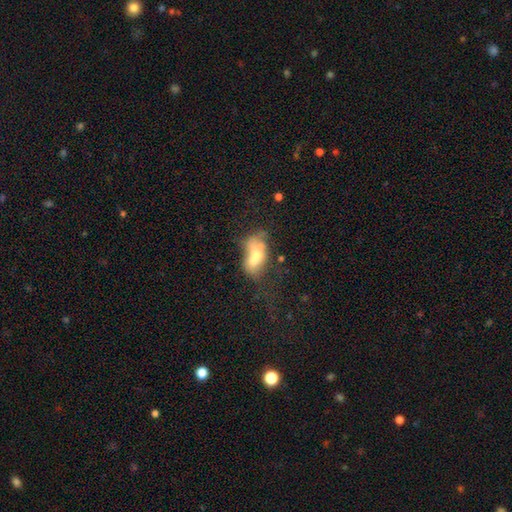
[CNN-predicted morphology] The model was most divided on "smooth or featured": smooth: 52%, featured or disk: 38%, star or artifact: 10%. More confident: how rounded — in between (80%); merging — merger (64%).